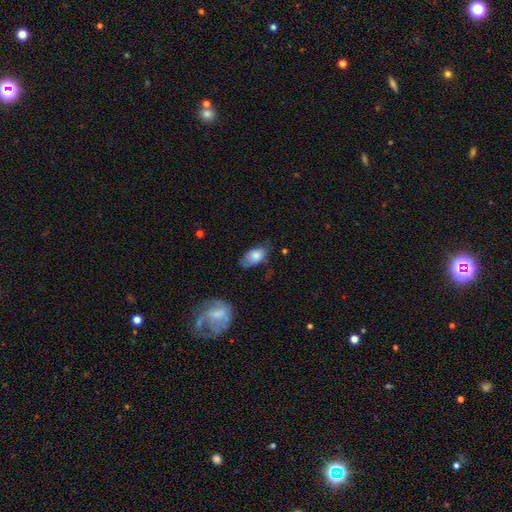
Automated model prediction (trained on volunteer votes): smooth_or_featured: smooth (p=0.77) [alt: featured or disk p=0.16]
how_rounded: in between (p=0.90) [alt: round p=0.06]
merging: none (p=0.49) [alt: minor disturbance p=0.36]